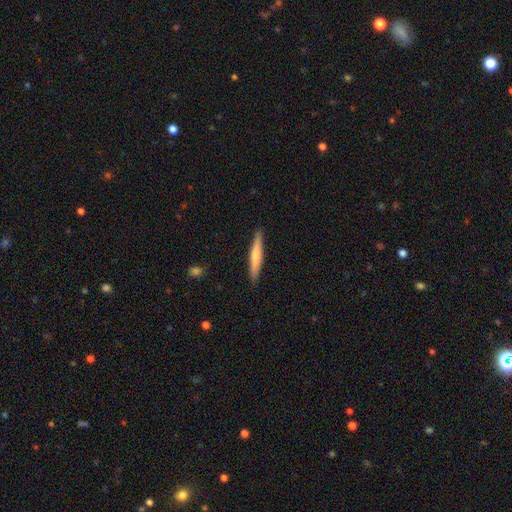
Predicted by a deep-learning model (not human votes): Overall: smooth (57%; featured or disk 38%). How rounded: cigar-shaped (94%). Merging: none (90%).